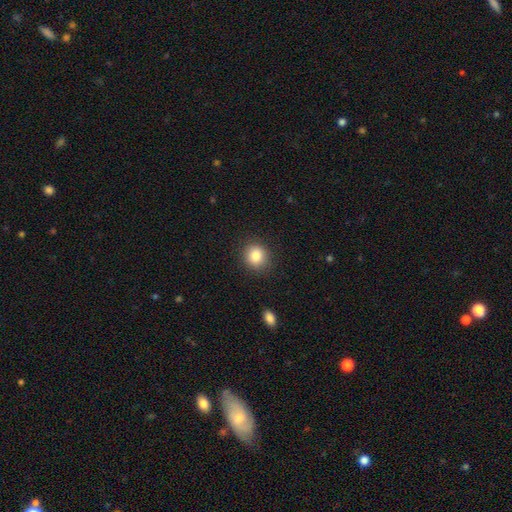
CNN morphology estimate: smooth_or_featured: smooth (p=0.85) [alt: star or artifact p=0.10]
how_rounded: round (p=0.83) [alt: in between p=0.16]
merging: none (p=0.88) [alt: minor disturbance p=0.08]